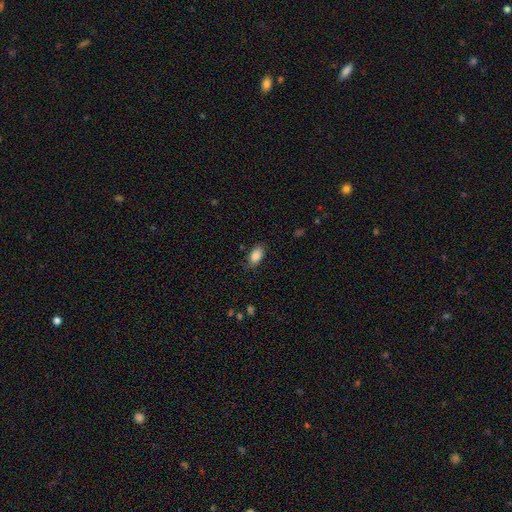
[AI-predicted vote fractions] This appears to be a smooth galaxy with no disk features (86%) that is in between round and cigar-shaped (91%). Merging: none (77%).